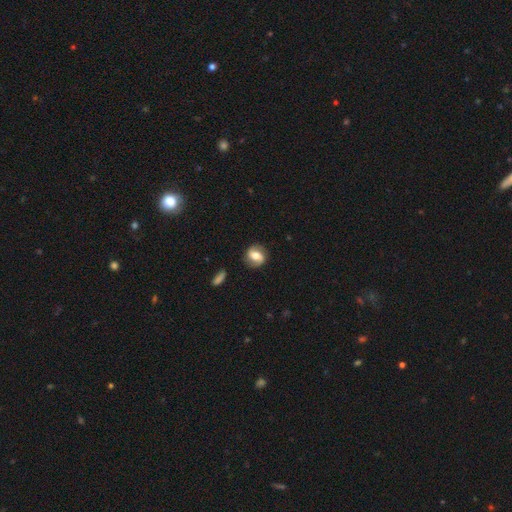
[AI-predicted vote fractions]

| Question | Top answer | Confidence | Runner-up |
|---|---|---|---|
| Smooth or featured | featured or disk | 58% | smooth (34%) |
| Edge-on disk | no | 96% | yes (4%) |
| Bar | weak | 42% | no (32%) |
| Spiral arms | yes | 84% | no (16%) |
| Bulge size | moderate | 62% | large (23%) |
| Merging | none | 82% | minor disturbance (12%) |